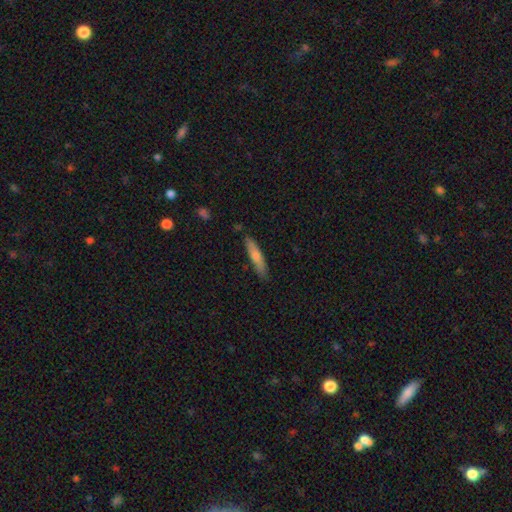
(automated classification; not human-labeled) smooth_or_featured: smooth (p=0.70) [alt: featured or disk p=0.24]
how_rounded: cigar-shaped (p=0.85) [alt: in between p=0.14]
merging: none (p=0.81) [alt: minor disturbance p=0.14]